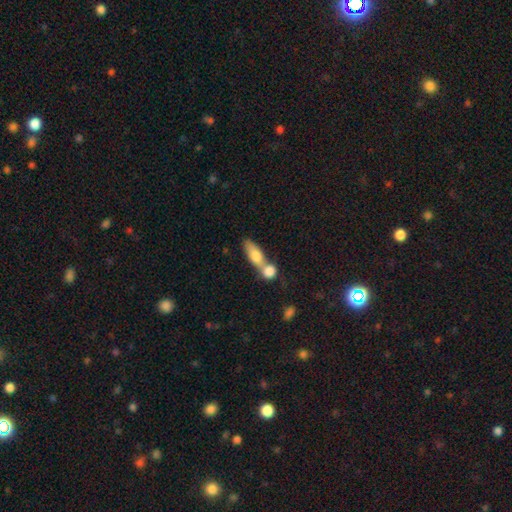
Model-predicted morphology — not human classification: smooth-or-featured: smooth: 74% | featured or disk: 19% | star or artifact: 7%
  how-rounded: in between: 66% | cigar-shaped: 24% | round: 10%
  merging: merger: 68% | none: 21% | minor disturbance: 7% | major disturbance: 4%